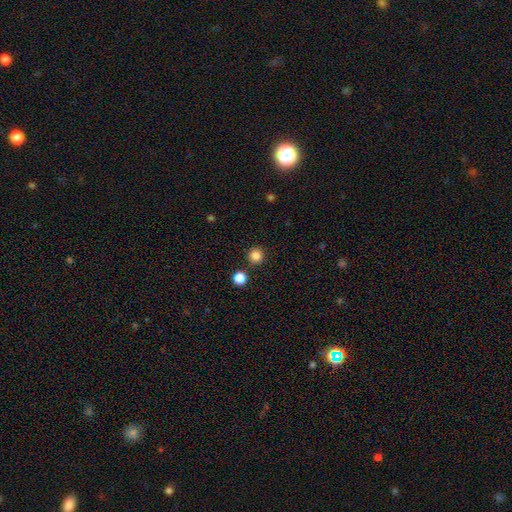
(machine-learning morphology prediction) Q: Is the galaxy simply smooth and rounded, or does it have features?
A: smooth — 83%.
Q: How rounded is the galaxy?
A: round — 96%.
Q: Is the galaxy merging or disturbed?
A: none — 89%.